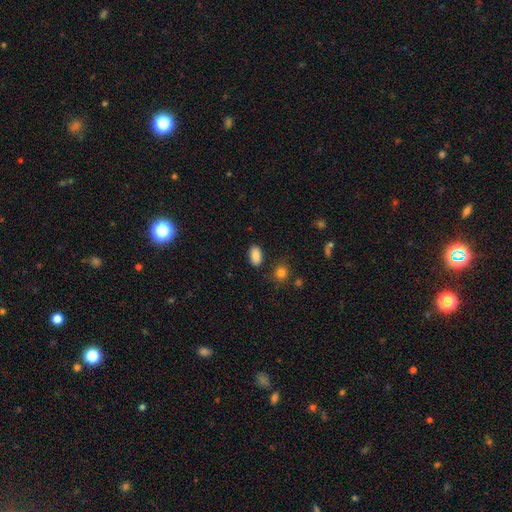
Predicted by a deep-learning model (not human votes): smooth-or-featured: smooth: 87% | star or artifact: 8% | featured or disk: 5%
  how-rounded: in between: 92% | round: 7% | cigar-shaped: 2%
  merging: none: 82% | minor disturbance: 12% | major disturbance: 3% | merger: 3%